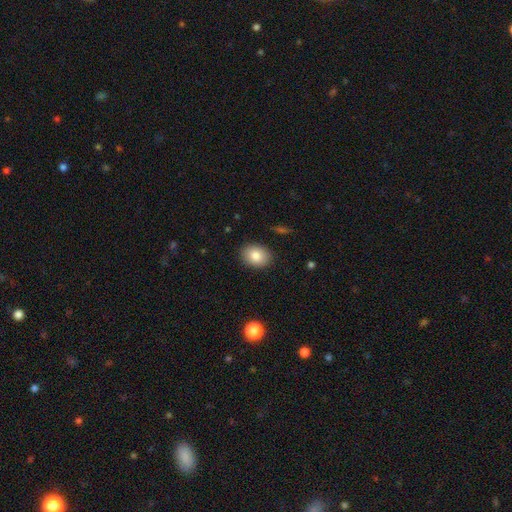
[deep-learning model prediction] Smooth or featured? smooth (83%)
How rounded? in between (56%)
Merging? none (89%)